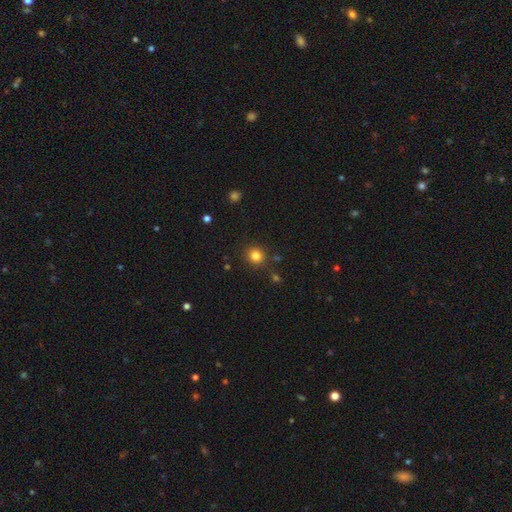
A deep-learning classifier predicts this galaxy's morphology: This is clearly a smooth galaxy (82%). How rounded: clearly round (90%). Merging: clearly none (86%).